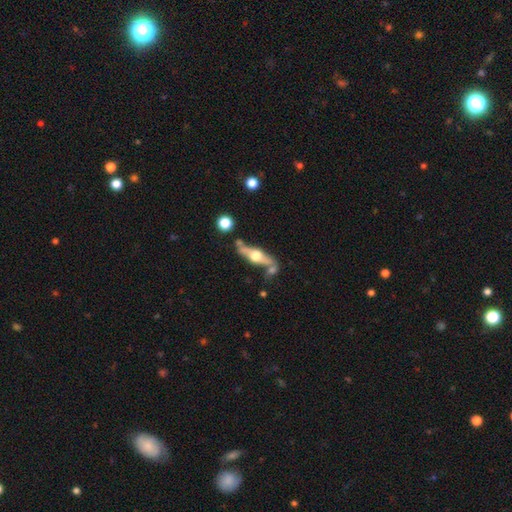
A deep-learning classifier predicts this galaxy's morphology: Smooth or featured: featured or disk — 70% (smooth — 24%)
Edge-on disk: yes — 88% (no — 12%)
Edge-on bulge: rounded — 95% (boxy — 3%)
Merging: none — 62% (minor disturbance — 16%)